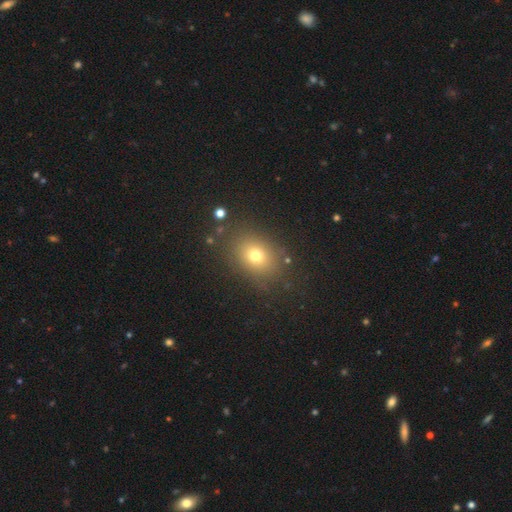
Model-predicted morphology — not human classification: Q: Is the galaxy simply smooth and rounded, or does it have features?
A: smooth — 72%.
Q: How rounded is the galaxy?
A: in between — 57%.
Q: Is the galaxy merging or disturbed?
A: none — 82%.